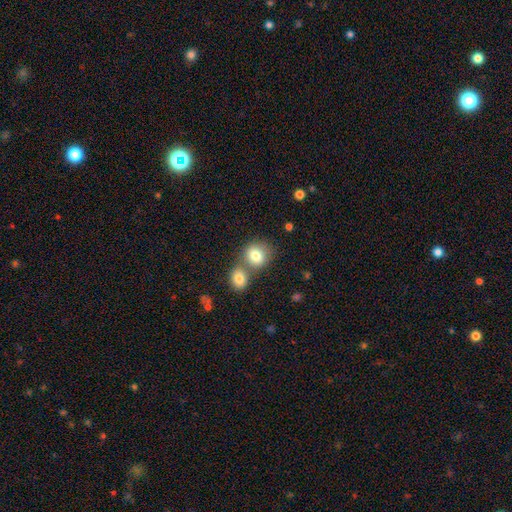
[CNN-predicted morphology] smooth-or-featured: smooth: 80% | featured or disk: 11% | star or artifact: 9%
  how-rounded: round: 73% | in between: 26% | cigar-shaped: 1%
  merging: none: 45% | merger: 42% | minor disturbance: 9% | major disturbance: 3%